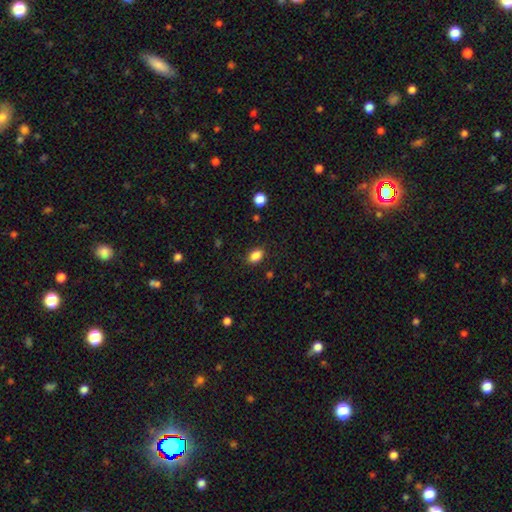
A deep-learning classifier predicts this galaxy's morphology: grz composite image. It shows a smooth galaxy with no disk features (86%) that is in between round and cigar-shaped (82%). Merging: none (85%).